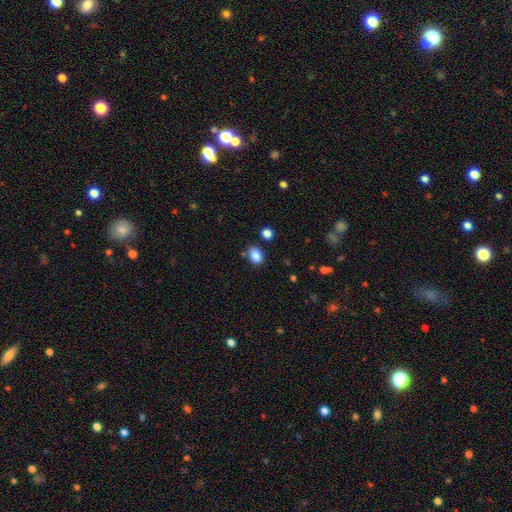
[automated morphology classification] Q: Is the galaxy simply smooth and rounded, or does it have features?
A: smooth — 86%.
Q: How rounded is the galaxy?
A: in between — 63%.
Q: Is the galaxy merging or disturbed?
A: none — 76%.